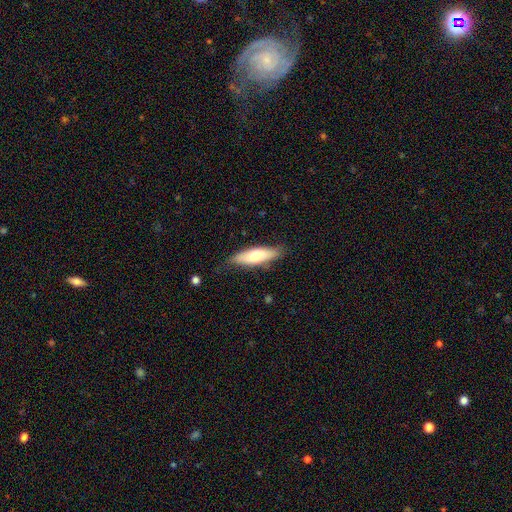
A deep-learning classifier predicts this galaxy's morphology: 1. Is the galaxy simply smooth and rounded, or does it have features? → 66% smooth, 28% featured or disk, 6% star or artifact.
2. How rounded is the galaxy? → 50% cigar-shaped, 48% in between, 2% round.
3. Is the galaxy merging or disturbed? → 77% none, 18% minor disturbance, 4% major disturbance, 1% merger.